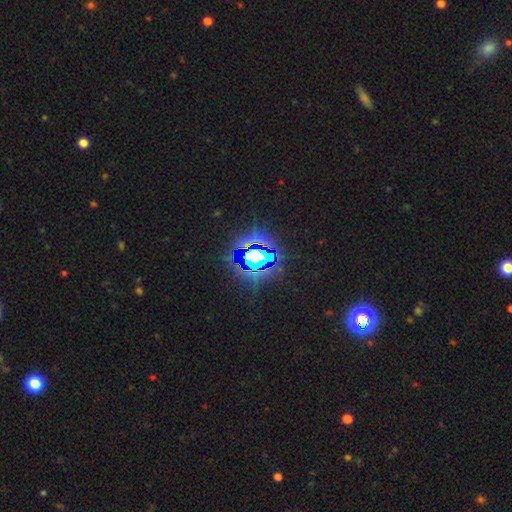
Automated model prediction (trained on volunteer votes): Smooth or featured: star or artifact — 75% (smooth — 13%)